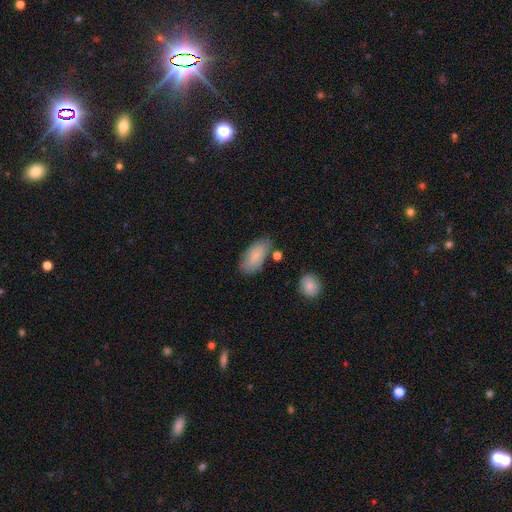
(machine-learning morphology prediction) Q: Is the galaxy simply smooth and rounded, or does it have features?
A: smooth — 83%.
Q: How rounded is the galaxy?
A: in between — 92%.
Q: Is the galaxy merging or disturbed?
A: none — 70%.